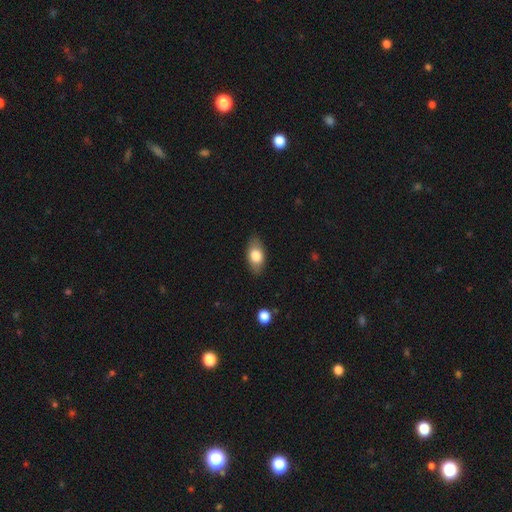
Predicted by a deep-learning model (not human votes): Smooth or featured: smooth — 76% (featured or disk — 18%)
How rounded: in between — 89% (round — 6%)
Merging: none — 84% (minor disturbance — 12%)